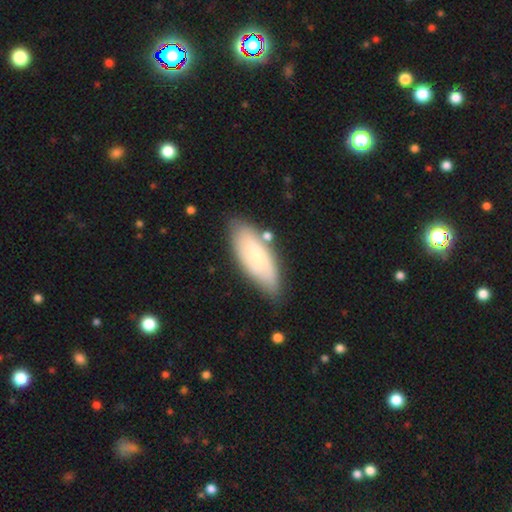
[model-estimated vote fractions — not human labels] The model was most divided on "smooth or featured": smooth: 64%, featured or disk: 29%, star or artifact: 6%. More confident: how rounded — in between (74%); merging — none (74%).